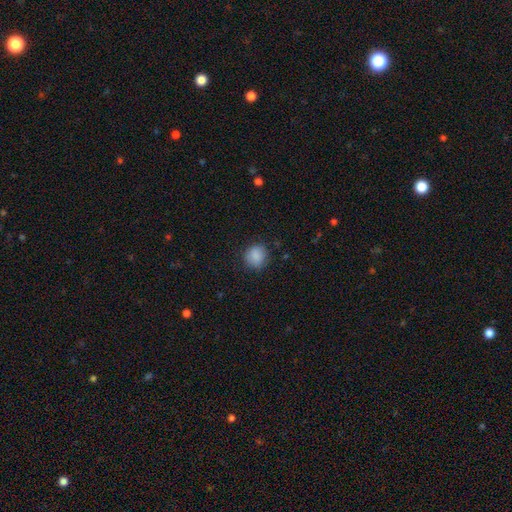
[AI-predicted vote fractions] Smooth or featured? smooth (87%)
How rounded? round (82%)
Merging? none (84%)